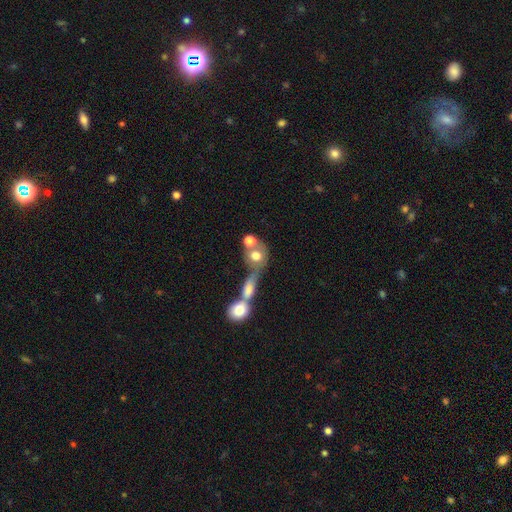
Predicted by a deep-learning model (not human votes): This appears to be a smooth galaxy with no disk features (65%) that is round (62%). Merging: merger (57%).